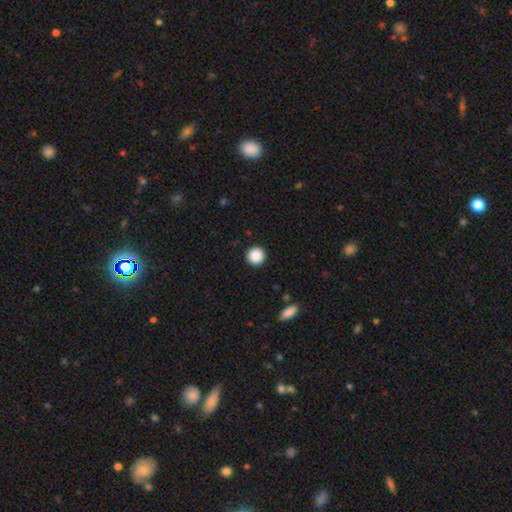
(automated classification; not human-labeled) Smooth or featured? smooth (87%)
How rounded? round (96%)
Merging? none (93%)